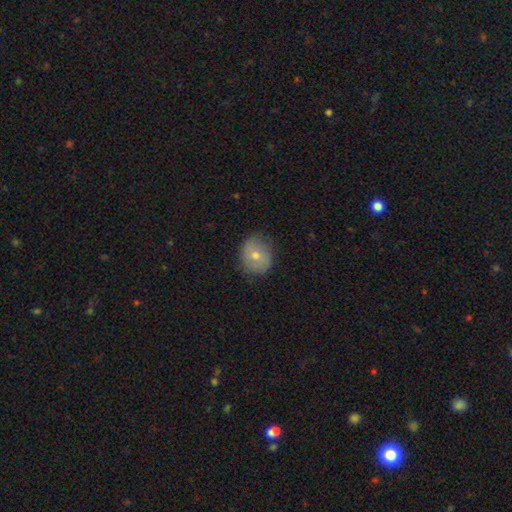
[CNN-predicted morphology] smooth-or-featured: smooth: 69% | featured or disk: 23% | star or artifact: 8%
  how-rounded: round: 71% | in between: 28% | cigar-shaped: 1%
  merging: none: 77% | minor disturbance: 18% | major disturbance: 4% | merger: 1%